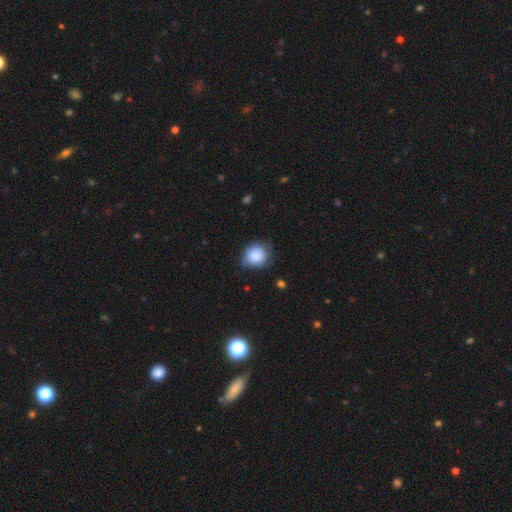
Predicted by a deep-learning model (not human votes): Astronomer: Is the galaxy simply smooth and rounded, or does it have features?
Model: smooth — 85%.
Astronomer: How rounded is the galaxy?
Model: round — 75%.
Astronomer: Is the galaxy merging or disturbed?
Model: none — 60%.